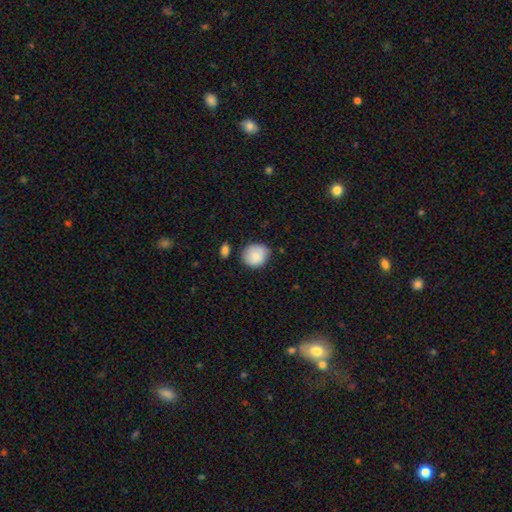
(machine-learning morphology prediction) This appears to be a smooth galaxy with no disk features (80%) that is round (78%). Merging: none (71%).